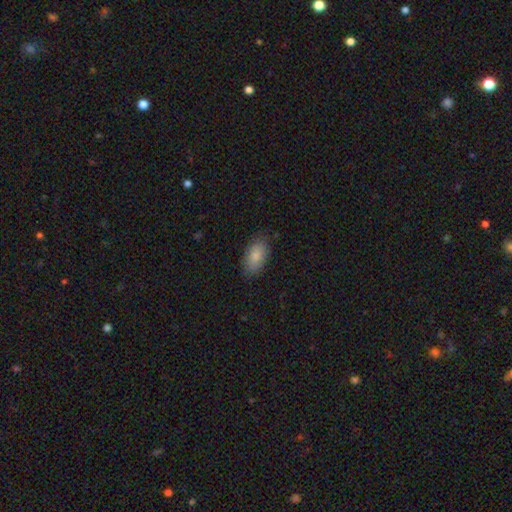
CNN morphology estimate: A smooth galaxy with no disk features (85%) that is in between round and cigar-shaped (93%). Merging: none (84%).